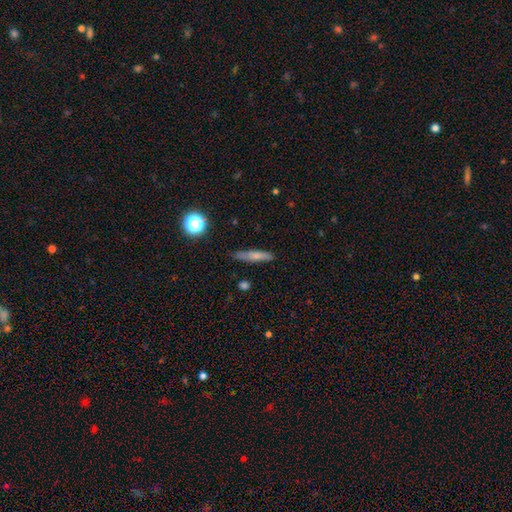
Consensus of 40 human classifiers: This appears to be a smooth galaxy with no disk features (68%) that is cigar-shaped (81%). Merging: none (86%).